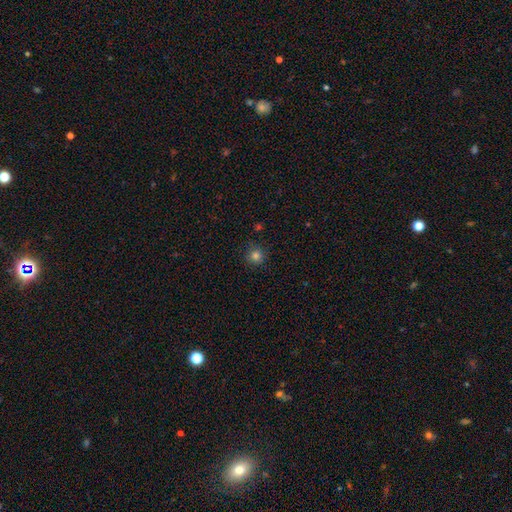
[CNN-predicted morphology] smooth 82%, star or artifact 13%, featured or disk 5%. Down the decision tree: how rounded — round (93%); merging — none (86%).